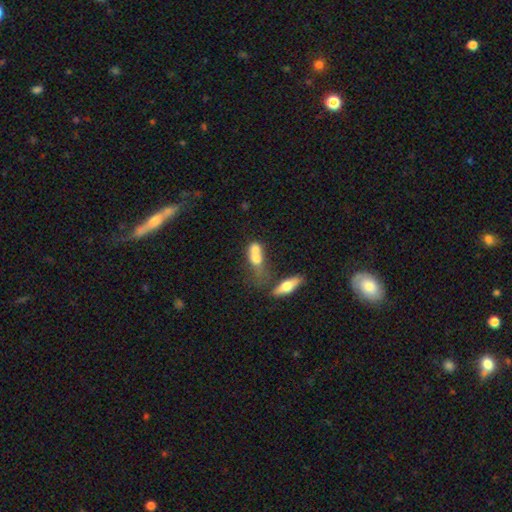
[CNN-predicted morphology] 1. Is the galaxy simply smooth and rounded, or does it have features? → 61% smooth, 29% featured or disk, 10% star or artifact.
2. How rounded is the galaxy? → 59% in between, 27% round, 15% cigar-shaped.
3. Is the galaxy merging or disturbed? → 66% merger, 16% none, 10% major disturbance, 8% minor disturbance.